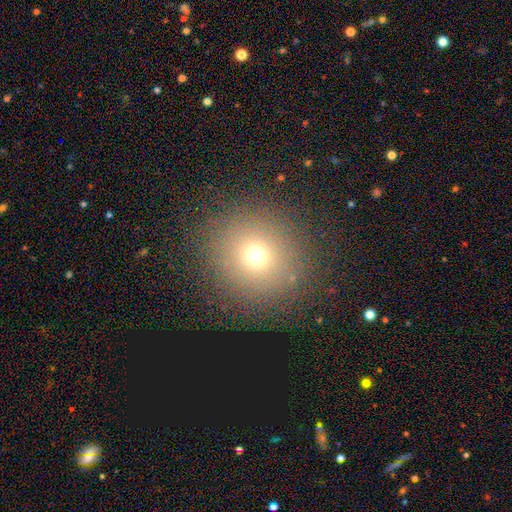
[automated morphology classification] Smooth or featured?
  - smooth: 69% *
  - star or artifact: 20%
  - featured or disk: 10%
How rounded?
  - round: 91% *
  - in between: 8%
  - cigar-shaped: 1%
Merging?
  - none: 88% *
  - minor disturbance: 7%
  - major disturbance: 4%
  - merger: 1%